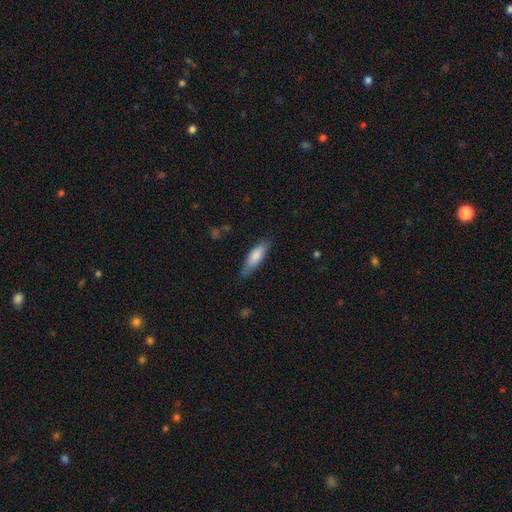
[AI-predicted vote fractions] A smooth galaxy with no disk features (81%) that is in between round and cigar-shaped (49%, tied with cigar-shaped). Merging: none (78%).